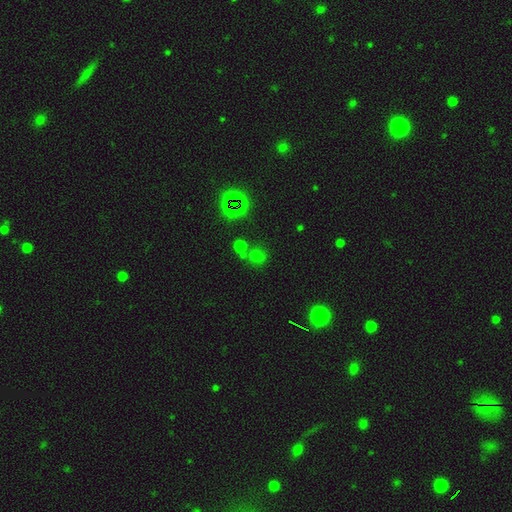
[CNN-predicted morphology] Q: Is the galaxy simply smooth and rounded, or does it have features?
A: smooth — 56%.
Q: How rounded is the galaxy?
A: round — 86%.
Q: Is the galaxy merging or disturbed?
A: none — 62%.